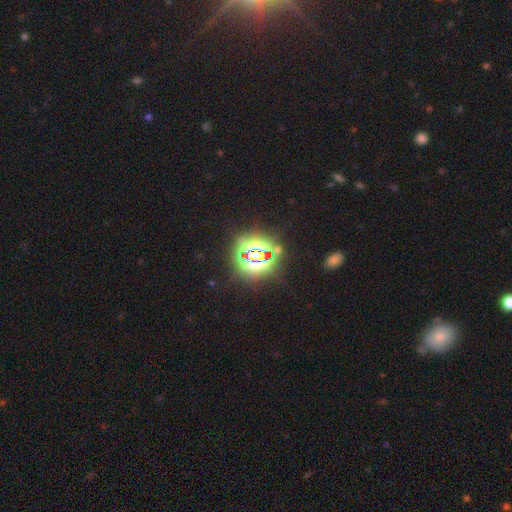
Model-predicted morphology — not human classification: The model was most divided on "smooth or featured": star or artifact: 80%, smooth: 12%, featured or disk: 8%.